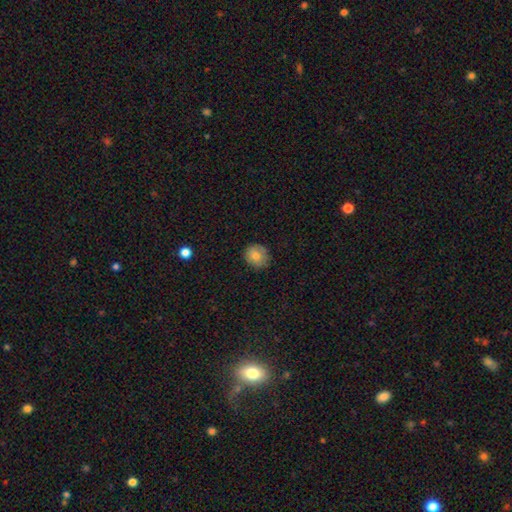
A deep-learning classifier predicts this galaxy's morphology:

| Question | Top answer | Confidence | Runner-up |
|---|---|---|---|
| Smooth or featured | smooth | 81% | featured or disk (10%) |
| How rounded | round | 86% | in between (13%) |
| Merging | none | 84% | minor disturbance (12%) |